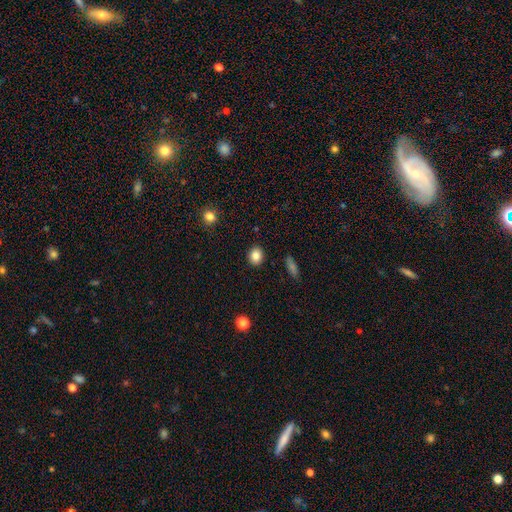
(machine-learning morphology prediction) The model was most divided on "how rounded": round: 65%, in between: 33%, cigar-shaped: 1%. More confident: merging — none (90%); smooth or featured — smooth (85%).